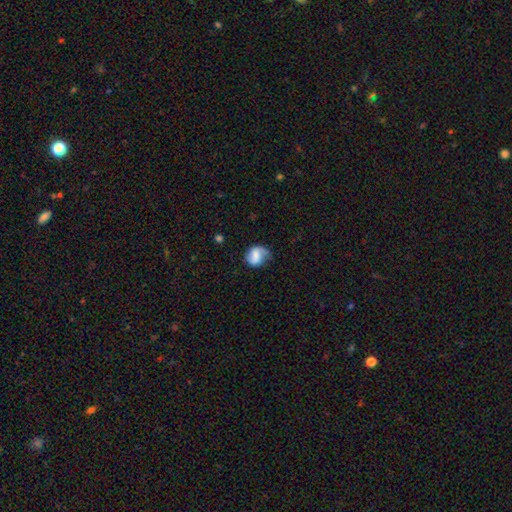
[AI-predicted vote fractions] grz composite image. It shows a smooth galaxy with no disk features (56%) that is round (56%). Merging: none (46%).